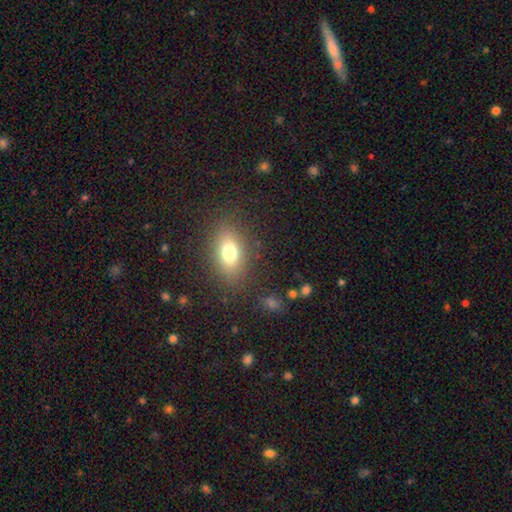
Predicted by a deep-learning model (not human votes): Morphology: type=smooth (71%); roundness=in between (82%); merging=none (87%).